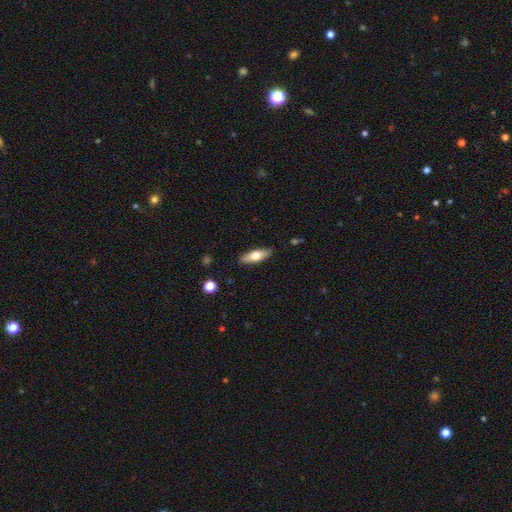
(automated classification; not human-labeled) smooth 58%, featured or disk 36%, star or artifact 6%. Down the decision tree: how rounded — in between (55%); merging — none (89%).